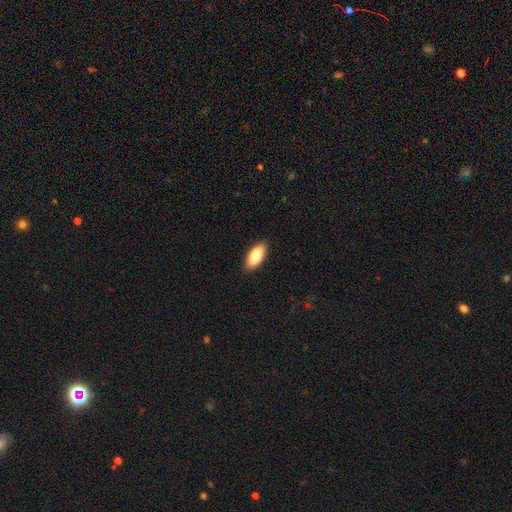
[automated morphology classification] Q: Smooth or featured?
A: smooth (83%); runner-up: featured or disk (11%)
Q: How rounded?
A: in between (84%); runner-up: cigar-shaped (14%)
Q: Merging?
A: none (90%); runner-up: minor disturbance (7%)